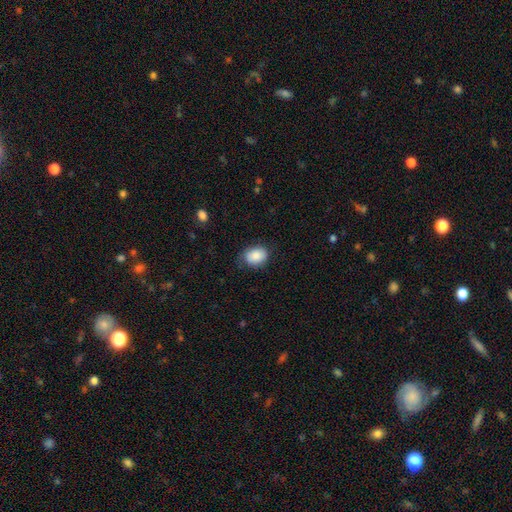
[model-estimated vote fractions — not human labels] smooth 87%, star or artifact 7%, featured or disk 6%. Down the decision tree: how rounded — in between (68%); merging — none (72%).